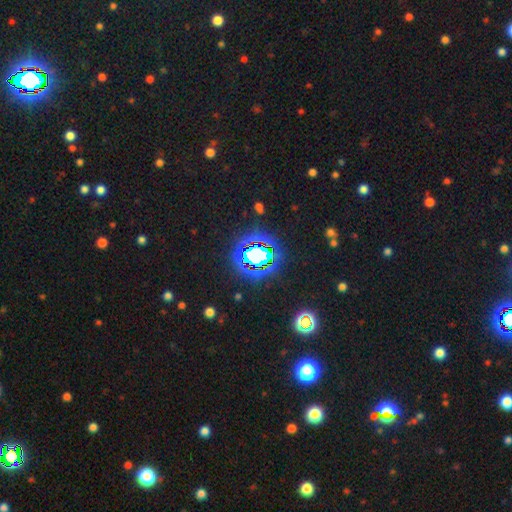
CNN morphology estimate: This is likely a star or artifact rather than a galaxy (74%).